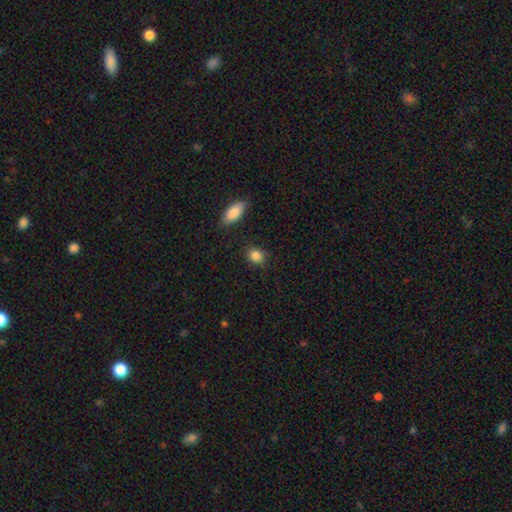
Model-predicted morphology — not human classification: This is clearly a smooth galaxy (86%). How rounded: possibly round (58%). Merging: clearly none (84%).